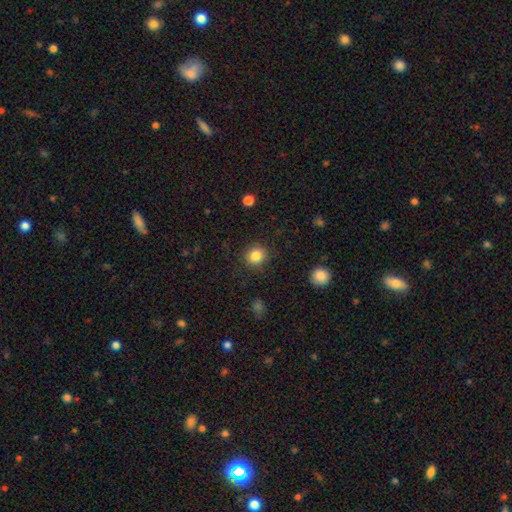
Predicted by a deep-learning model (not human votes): A smooth galaxy with no disk features (85%) that is round (89%). Merging: none (89%).